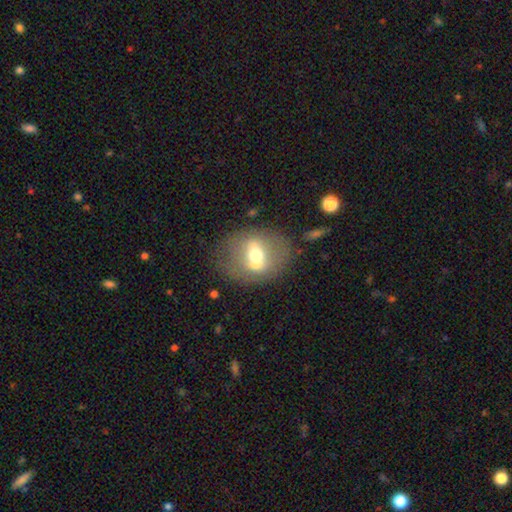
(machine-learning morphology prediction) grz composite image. It shows a featured or disk galaxy (47%). Merging: none (61%).